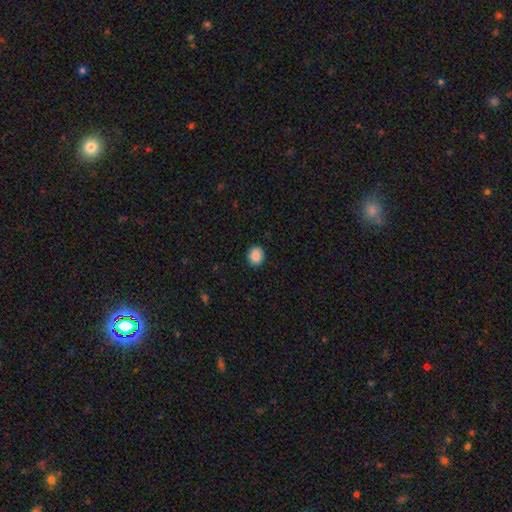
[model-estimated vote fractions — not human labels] smooth-or-featured: smooth: 89% | star or artifact: 9% | featured or disk: 3%
  how-rounded: round: 75% | in between: 24% | cigar-shaped: 1%
  merging: none: 90% | minor disturbance: 7% | major disturbance: 2% | merger: 1%